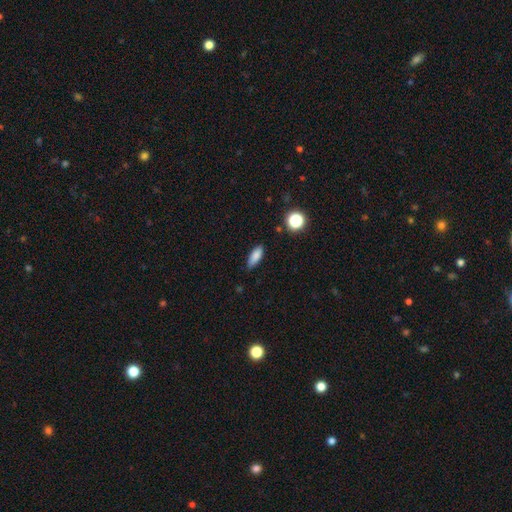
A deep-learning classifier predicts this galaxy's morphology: type=smooth (84%); roundness=in between (70%); merging=none (81%).